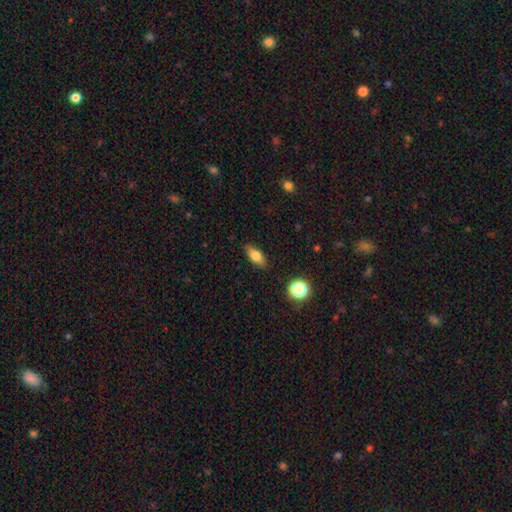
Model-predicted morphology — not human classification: Smooth or featured: smooth — 75% (featured or disk — 16%)
How rounded: in between — 78% (cigar-shaped — 16%)
Merging: none — 84% (minor disturbance — 12%)